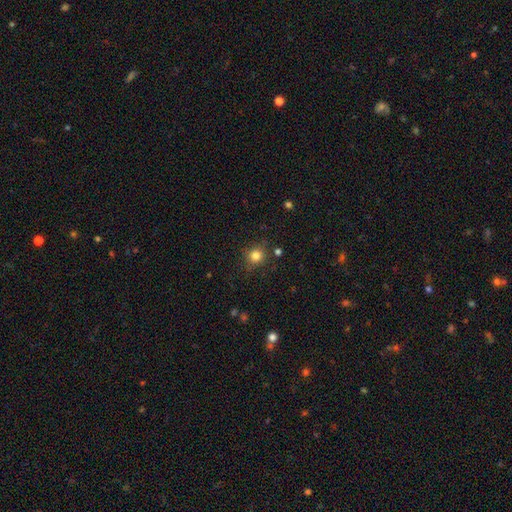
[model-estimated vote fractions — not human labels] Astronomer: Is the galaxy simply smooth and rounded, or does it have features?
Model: smooth — 82%.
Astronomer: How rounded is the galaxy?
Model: round — 90%.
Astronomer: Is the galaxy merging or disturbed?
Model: none — 84%.